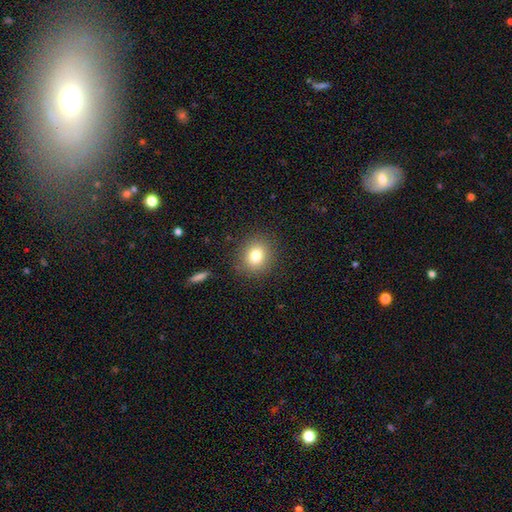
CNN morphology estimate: A smooth galaxy with no disk features (80%) that is round (74%).

Vote fractions:
- Smooth or featured? smooth: 80% / star or artifact: 11% / featured or disk: 9%
- How rounded? round: 74% / in between: 25% / cigar-shaped: 1%
- Merging? none: 87% / minor disturbance: 8% / major disturbance: 3% / merger: 1%